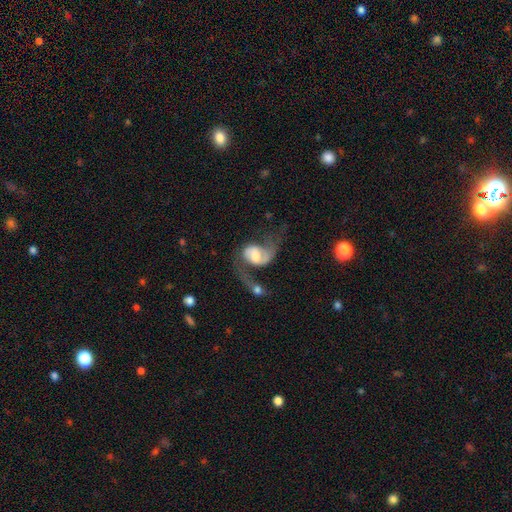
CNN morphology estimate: A featured or disk galaxy (72%) with no bar (47%), 2 (78%) loose (65%) spiral arms (88%) and a moderate central bulge (51%).

Vote fractions:
- Smooth or featured? featured or disk: 72% / smooth: 21% / star or artifact: 7%
- Edge-on disk? no: 97% / yes: 3%
- Bar? no: 47% / weak: 41% / strong: 12%
- Spiral arms? yes: 88% / no: 12%
- Spiral winding? loose: 65% / medium: 27% / tight: 8%
- Spiral arm count? 2: 78% / 1: 15% / can't tell: 4% / 3: 1% / 4: 1% / more than 4: 1%
- Bulge size? moderate: 51% / large: 24% / small: 17% / none: 4% / dominant: 4%
- Merging? major disturbance: 35% / merger: 26% / none: 25% / minor disturbance: 14%